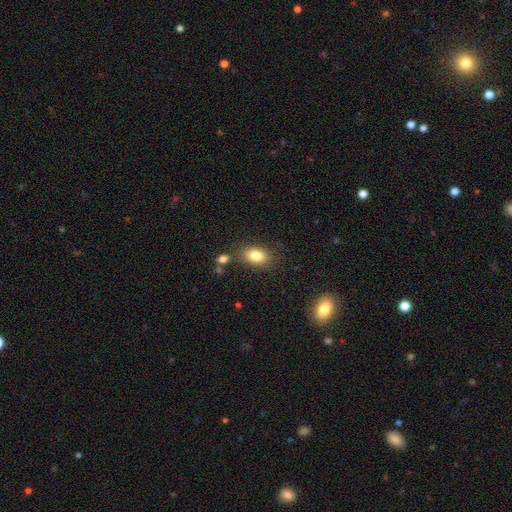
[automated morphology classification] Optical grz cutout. It shows a smooth galaxy with no disk features (82%) that is in between round and cigar-shaped (85%). Merging: none (80%).